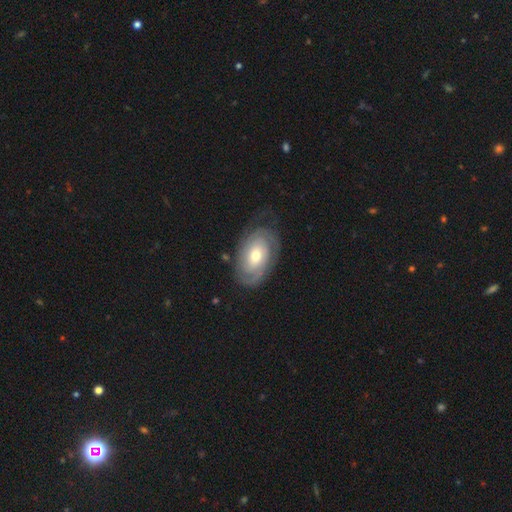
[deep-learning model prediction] A featured or disk galaxy (72%) with no bar (71%), 2 (42%) tight (70%) spiral arms (87%) and a moderate central bulge (62%).

Vote fractions:
- Smooth or featured? featured or disk: 72% / smooth: 23% / star or artifact: 5%
- Edge-on disk? no: 95% / yes: 5%
- Bar? no: 71% / weak: 23% / strong: 6%
- Spiral arms? yes: 87% / no: 13%
- Spiral winding? tight: 70% / medium: 22% / loose: 8%
- Spiral arm count? 2: 42% / can't tell: 37% / 3: 8% / 1: 6% / 4: 3% / more than 4: 3%
- Bulge size? moderate: 62% / small: 31% / large: 6% / dominant: 1% / none: 1%
- Merging? none: 70% / minor disturbance: 19% / major disturbance: 9% / merger: 2%